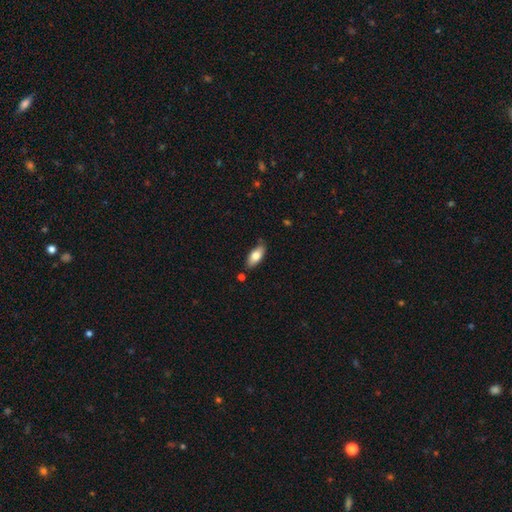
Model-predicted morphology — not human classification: smooth_or_featured: smooth (p=0.78) [alt: featured or disk p=0.16]
how_rounded: in between (p=0.85) [alt: cigar-shaped p=0.13]
merging: none (p=0.78) [alt: minor disturbance p=0.15]